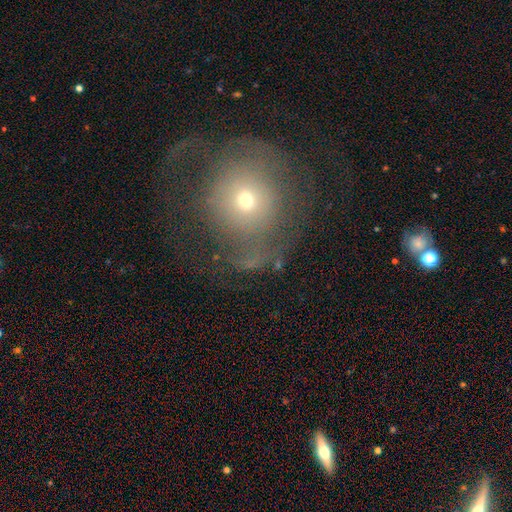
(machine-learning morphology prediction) This appears to be a featured or disk galaxy (46%). Merging: none (51%).